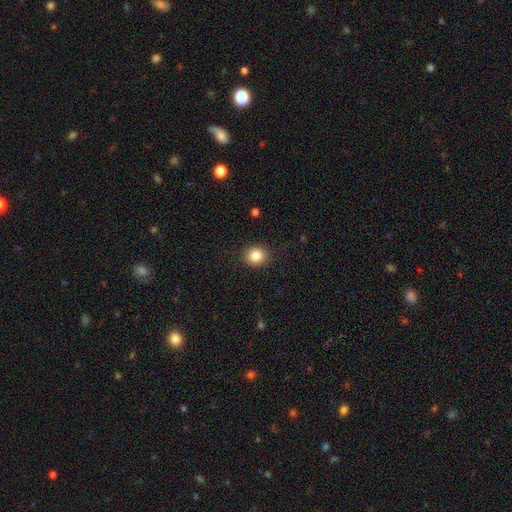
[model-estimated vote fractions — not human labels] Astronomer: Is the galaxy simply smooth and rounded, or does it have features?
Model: smooth — 85%.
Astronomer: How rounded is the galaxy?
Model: round — 79%.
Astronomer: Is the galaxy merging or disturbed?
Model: none — 90%.